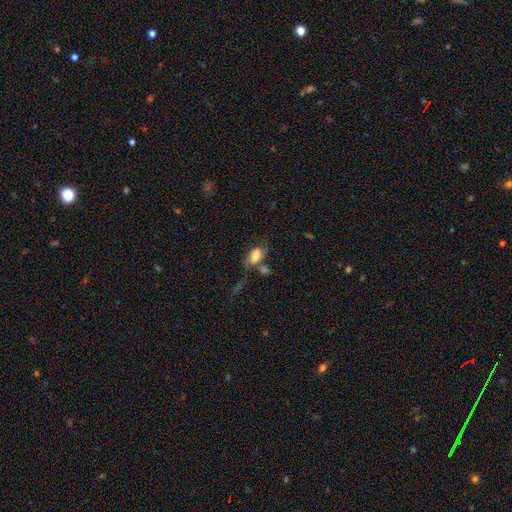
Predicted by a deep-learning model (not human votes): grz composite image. It shows a smooth galaxy with no disk features (75%) that is in between round and cigar-shaped (89%). Merging: none (47%).